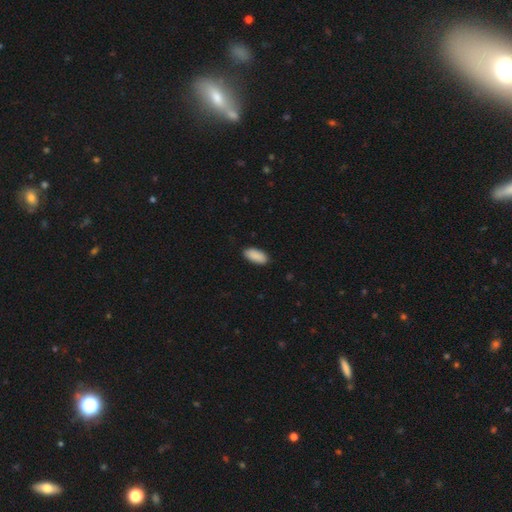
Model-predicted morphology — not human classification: smooth-or-featured: smooth: 91% | star or artifact: 6% | featured or disk: 3%
  how-rounded: in between: 91% | cigar-shaped: 7% | round: 2%
  merging: none: 89% | minor disturbance: 8% | major disturbance: 2% | merger: 1%